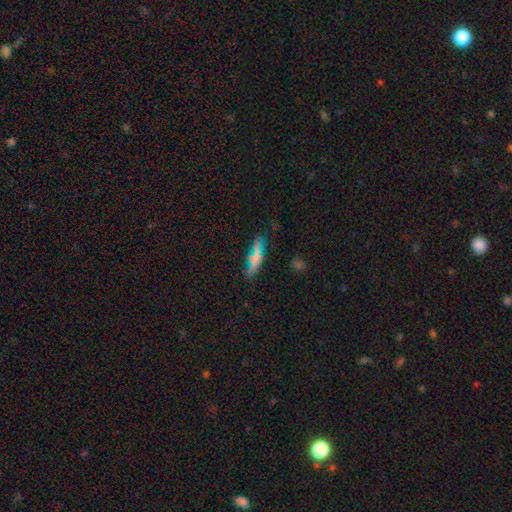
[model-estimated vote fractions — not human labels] Morphology: type=smooth (62%); roundness=cigar-shaped (62%); merging=none (73%).